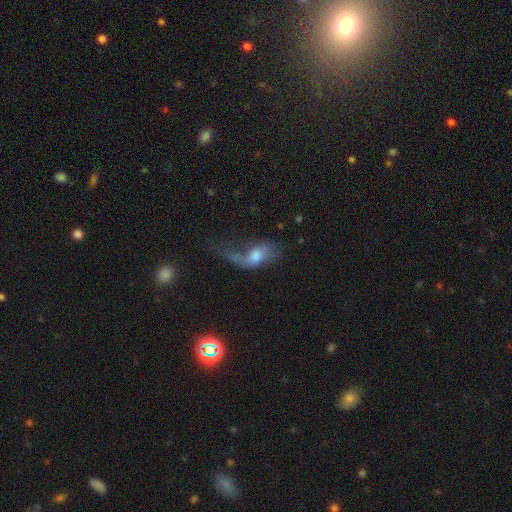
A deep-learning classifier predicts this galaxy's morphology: Q: Smooth or featured?
A: featured or disk (47%); runner-up: smooth (43%)
Q: Merging?
A: major disturbance (51%); runner-up: none (22%)